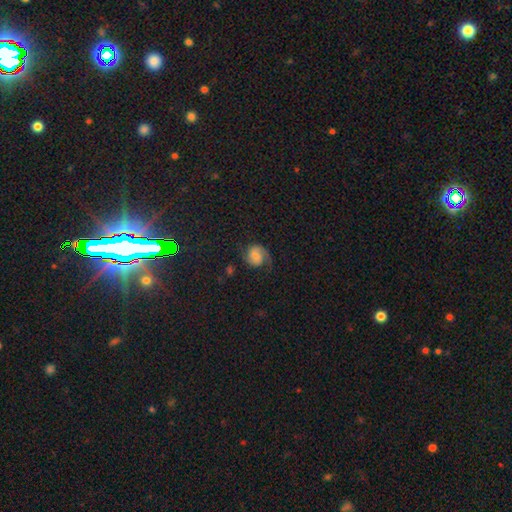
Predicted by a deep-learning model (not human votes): featured or disk 62%, smooth 27%, star or artifact 11%. Down the decision tree: edge-on disk — no (98%); bar — no (58%); spiral arms — yes (94%); spiral arm count — 2 (82%); spiral winding — medium (47%); bulge size — small (35%); merging — none (67%).